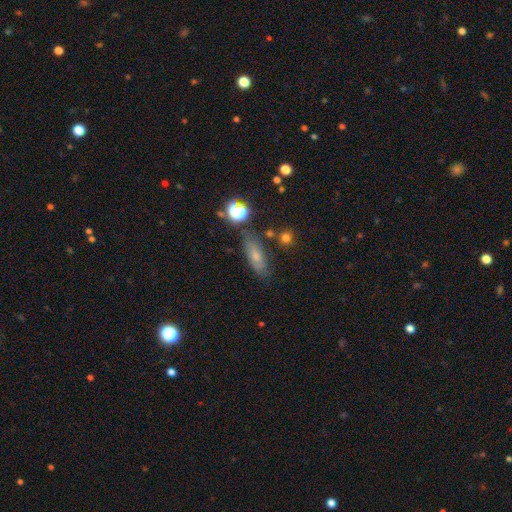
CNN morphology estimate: Q: Smooth or featured?
A: smooth (56%); runner-up: featured or disk (28%)
Q: How rounded?
A: in between (63%); runner-up: cigar-shaped (28%)
Q: Merging?
A: none (72%); runner-up: minor disturbance (18%)